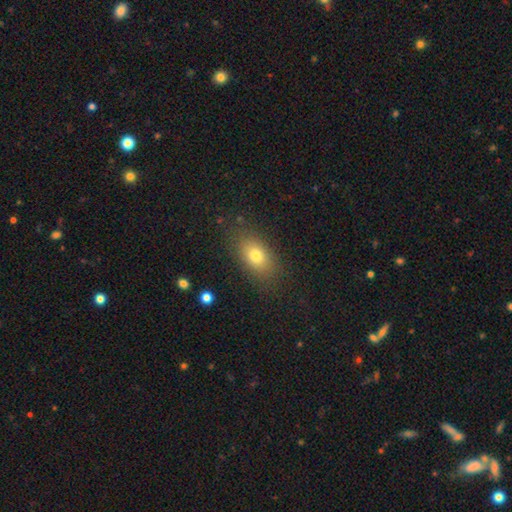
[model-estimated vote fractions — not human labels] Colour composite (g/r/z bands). It shows a smooth galaxy with no disk features (77%) that is in between round and cigar-shaped (82%). Merging: none (83%).